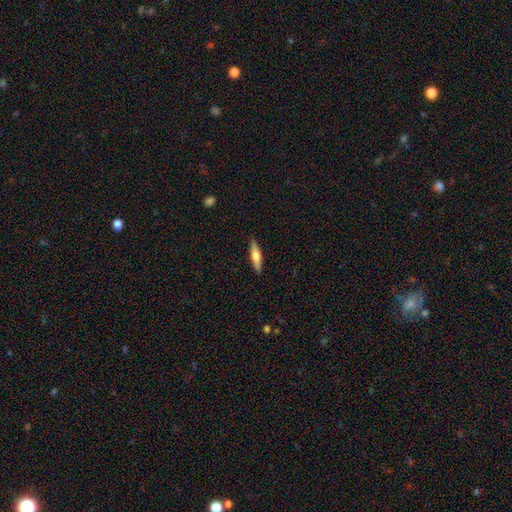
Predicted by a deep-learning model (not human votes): smooth_or_featured: smooth (p=0.52) [alt: featured or disk p=0.42]
how_rounded: cigar-shaped (p=0.79) [alt: in between p=0.19]
merging: none (p=0.90) [alt: minor disturbance p=0.07]